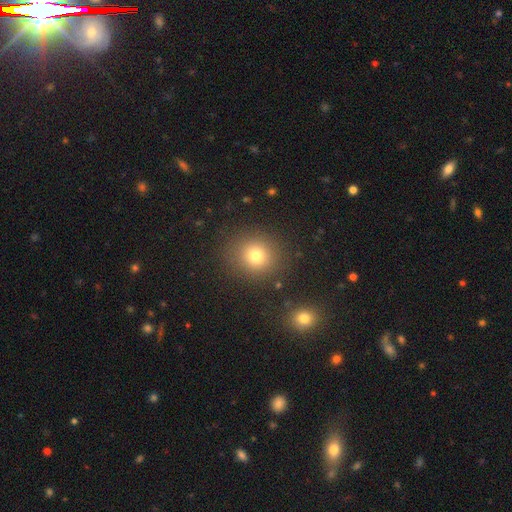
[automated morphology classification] A smooth galaxy with no disk features (76%) that is round (86%).

Vote fractions:
- Smooth or featured? smooth: 76% / star or artifact: 15% / featured or disk: 9%
- How rounded? round: 86% / in between: 13% / cigar-shaped: 1%
- Merging? none: 86% / minor disturbance: 8% / major disturbance: 4% / merger: 2%